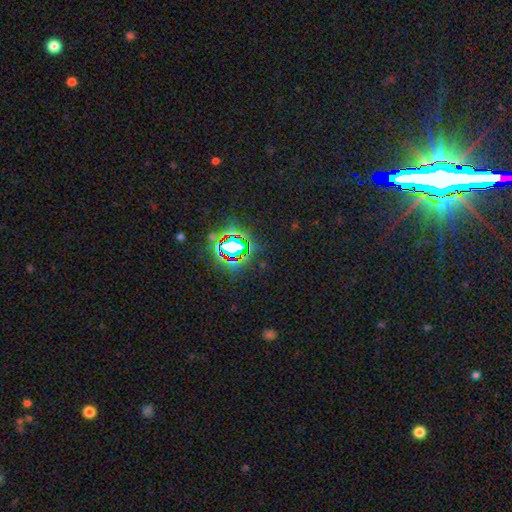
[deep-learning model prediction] Q: Smooth or featured?
A: star or artifact (82%); runner-up: smooth (10%)